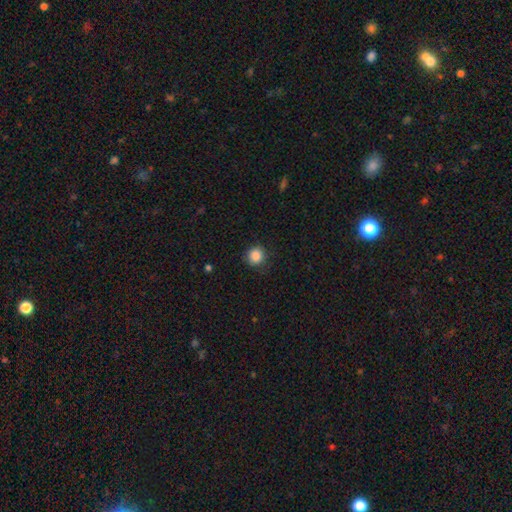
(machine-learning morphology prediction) smooth-or-featured: smooth: 87% | star or artifact: 10% | featured or disk: 3%
  how-rounded: round: 90% | in between: 9% | cigar-shaped: 1%
  merging: none: 83% | minor disturbance: 13% | major disturbance: 3% | merger: 1%